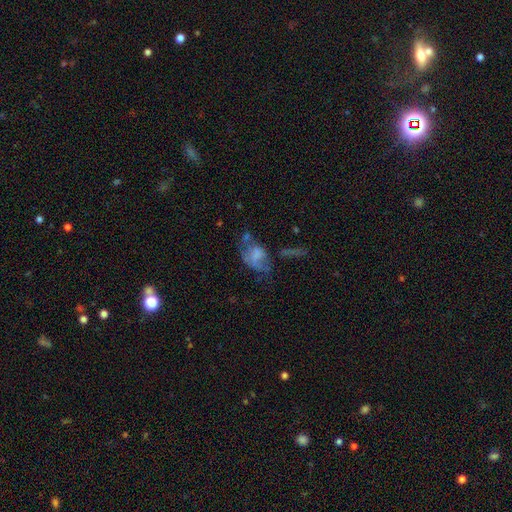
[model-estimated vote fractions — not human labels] The model was most divided on "merging": major disturbance: 32%, none: 30%, minor disturbance: 24%, merger: 15%. Remaining: smooth or featured — smooth (50%).